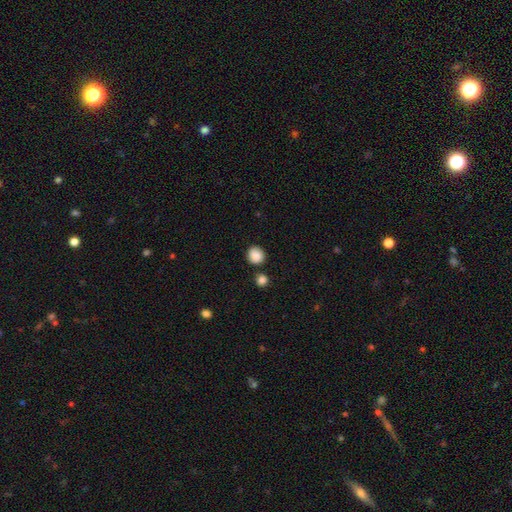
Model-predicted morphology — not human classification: Smooth or featured?
  - smooth: 87% *
  - star or artifact: 9%
  - featured or disk: 4%
How rounded?
  - round: 87% *
  - in between: 12%
  - cigar-shaped: 1%
Merging?
  - none: 80% *
  - minor disturbance: 10%
  - merger: 7%
  - major disturbance: 3%